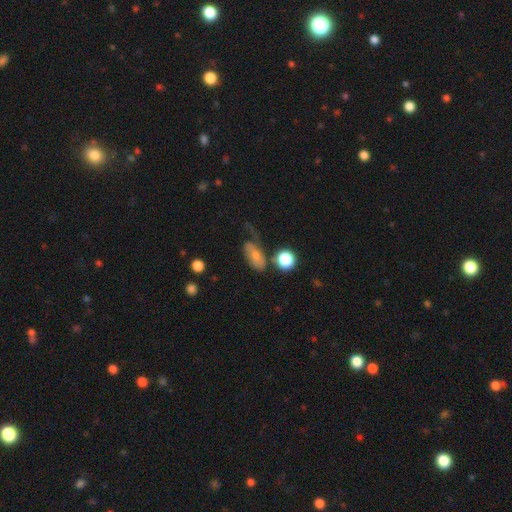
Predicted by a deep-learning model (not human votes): This is possibly a smooth galaxy (59%). How rounded: clearly in between (82%). Merging: marginally major disturbance (34%).